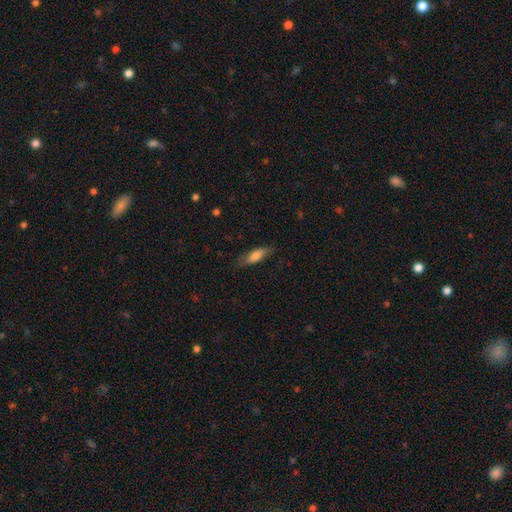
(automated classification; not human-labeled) A smooth galaxy with no disk features (70%) that is in between round and cigar-shaped (54%). Merging: none (73%).